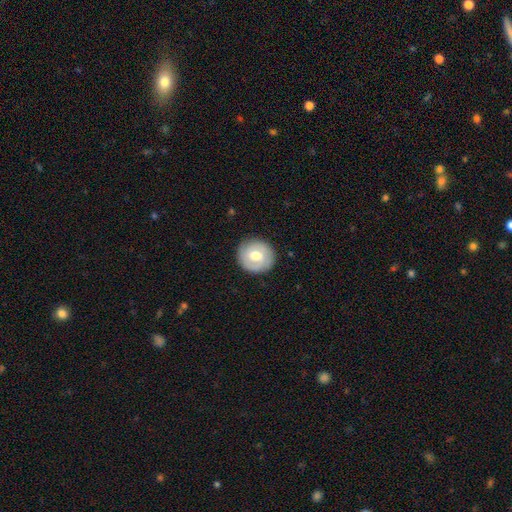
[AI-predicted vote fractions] This appears to be a smooth galaxy with no disk features (51%) that is round (90%). Merging: none (87%).